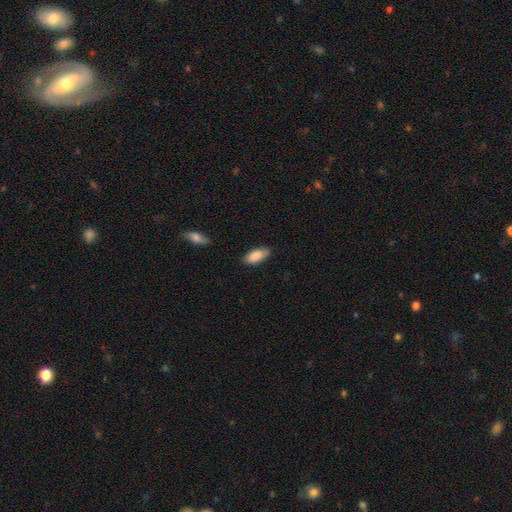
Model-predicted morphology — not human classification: This appears to be a smooth galaxy with no disk features (88%) that is in between round and cigar-shaped (88%). Merging: none (78%).